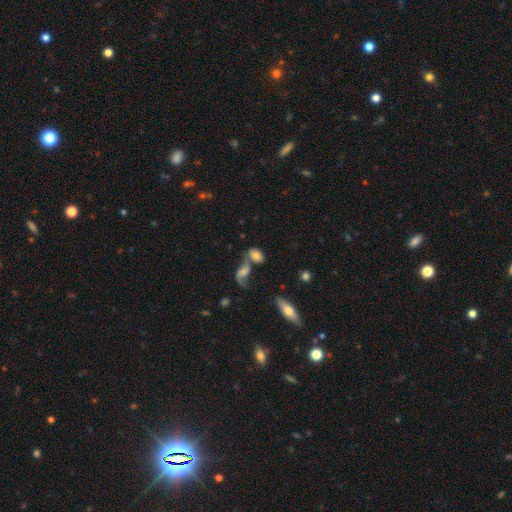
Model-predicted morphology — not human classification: smooth 65%, featured or disk 24%, star or artifact 11%. Down the decision tree: how rounded — in between (80%); merging — merger (41%).